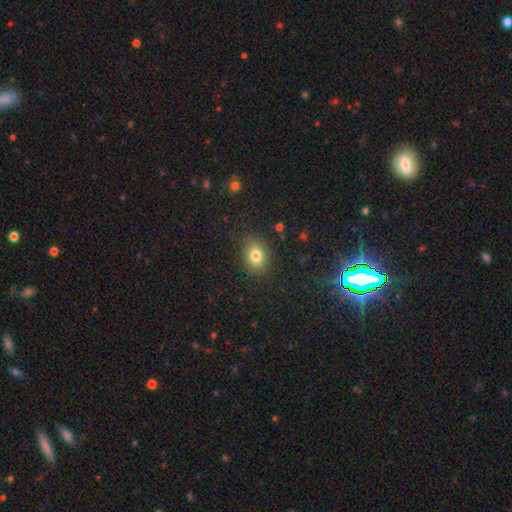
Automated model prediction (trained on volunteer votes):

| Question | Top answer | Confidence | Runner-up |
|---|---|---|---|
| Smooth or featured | smooth | 79% | star or artifact (12%) |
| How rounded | in between | 71% | round (28%) |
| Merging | none | 84% | minor disturbance (11%) |